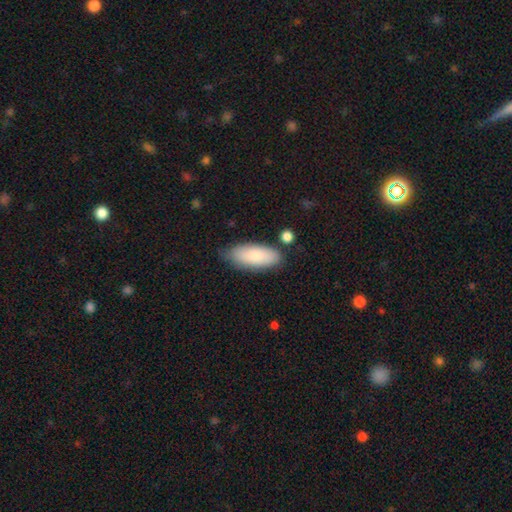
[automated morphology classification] Smooth or featured: smooth — 83% (featured or disk — 11%)
How rounded: in between — 82% (cigar-shaped — 16%)
Merging: none — 73% (minor disturbance — 19%)